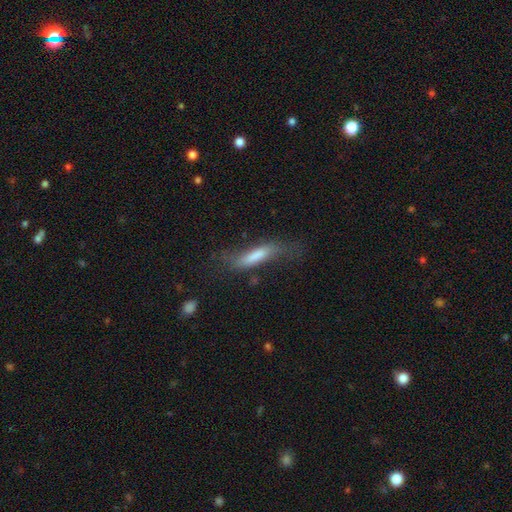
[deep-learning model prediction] A smooth galaxy with no disk features (65%) that is cigar-shaped (78%).

Vote fractions:
- Smooth or featured? smooth: 65% / featured or disk: 27% / star or artifact: 8%
- How rounded? cigar-shaped: 78% / in between: 20% / round: 2%
- Merging? none: 47% / minor disturbance: 27% / major disturbance: 23% / merger: 4%